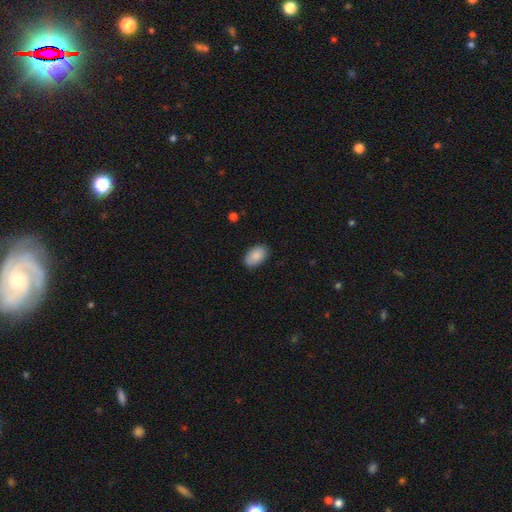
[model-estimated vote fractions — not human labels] Q: Smooth or featured?
A: smooth (89%); runner-up: star or artifact (6%)
Q: How rounded?
A: in between (94%); runner-up: round (5%)
Q: Merging?
A: none (87%); runner-up: minor disturbance (10%)